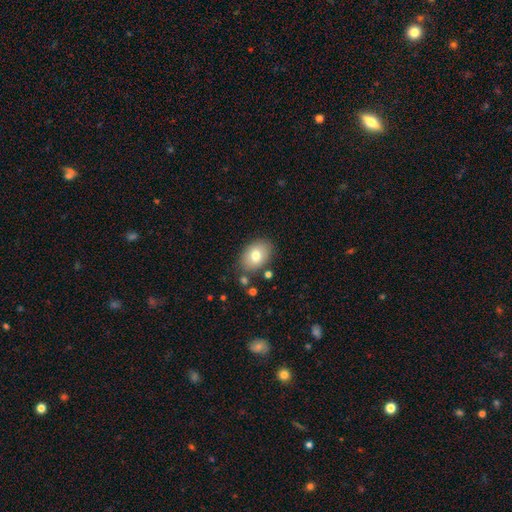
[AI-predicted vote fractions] This is likely a smooth galaxy (76%). How rounded: likely in between (79%). Merging: clearly none (80%).